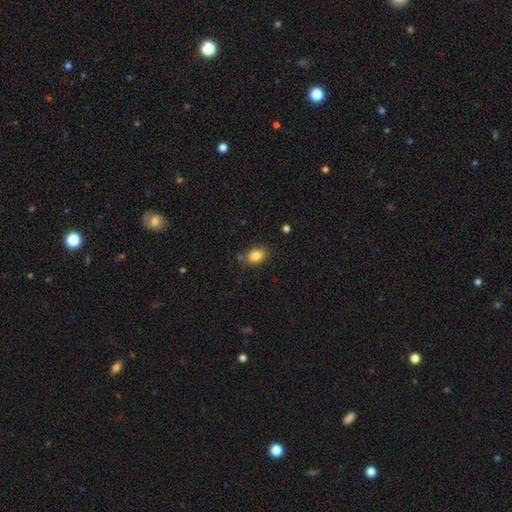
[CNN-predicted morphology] This appears to be a smooth galaxy with no disk features (84%) that is in between round and cigar-shaped (81%). Merging: none (79%).